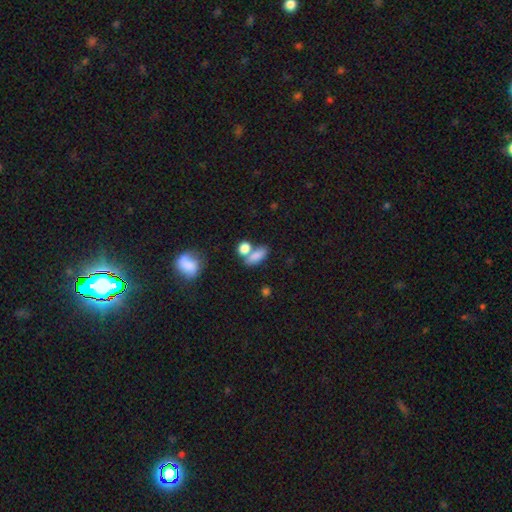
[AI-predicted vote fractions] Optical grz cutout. It shows a smooth galaxy with no disk features (80%) that is in between round and cigar-shaped (76%). Merging: none (41%, tied with merger).